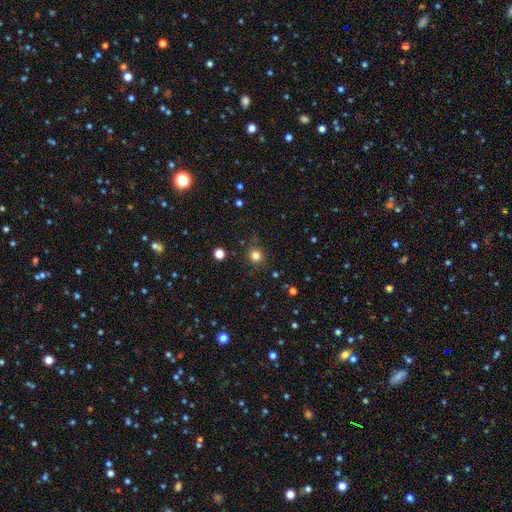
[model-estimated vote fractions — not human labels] smooth-or-featured: smooth: 81% | star or artifact: 14% | featured or disk: 5%
  how-rounded: round: 90% | in between: 10% | cigar-shaped: 1%
  merging: none: 82% | minor disturbance: 11% | major disturbance: 4% | merger: 3%